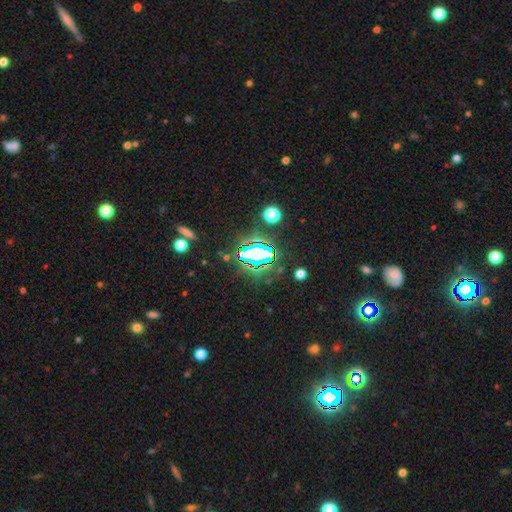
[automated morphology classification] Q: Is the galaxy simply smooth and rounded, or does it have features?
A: star or artifact — 69%.